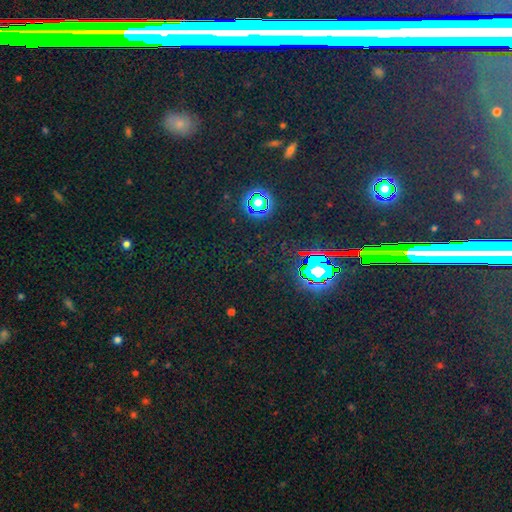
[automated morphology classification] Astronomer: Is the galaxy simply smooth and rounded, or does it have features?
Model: star or artifact — 76%.